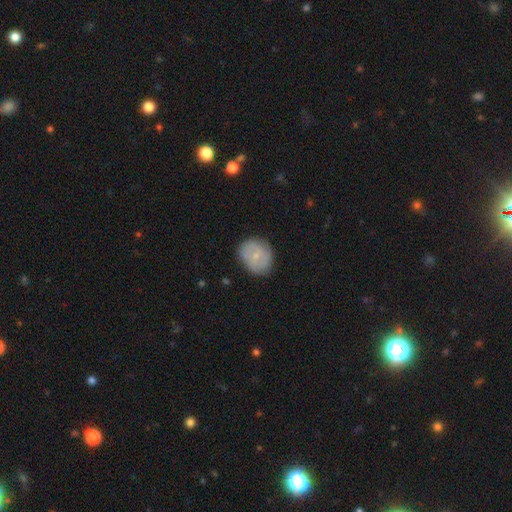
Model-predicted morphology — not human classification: This is possibly a smooth galaxy (58%). How rounded: likely round (61%). Merging: likely none (77%).